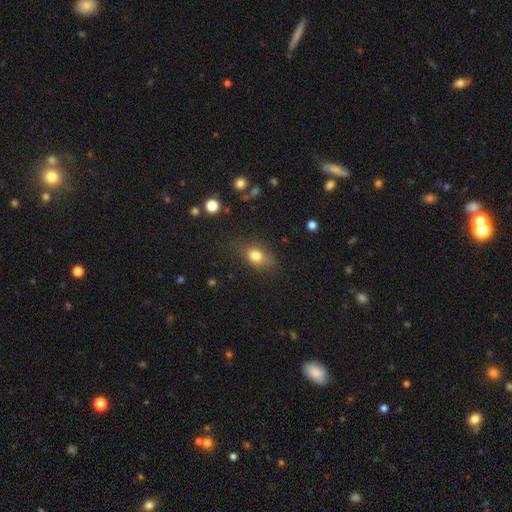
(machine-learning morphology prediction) smooth_or_featured: smooth (p=0.78) [alt: featured or disk p=0.11]
how_rounded: in between (p=0.70) [alt: round p=0.26]
merging: none (p=0.66) [alt: minor disturbance p=0.22]